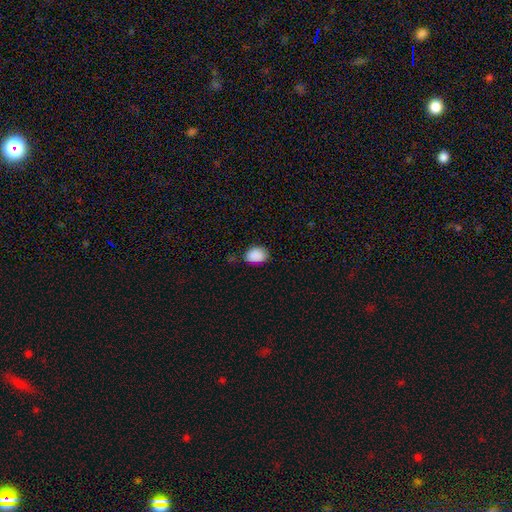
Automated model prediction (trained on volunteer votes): Smooth or featured? Predicted: smooth (p=0.88). How rounded? Predicted: in between (p=0.74). Merging? Predicted: none (p=0.70).